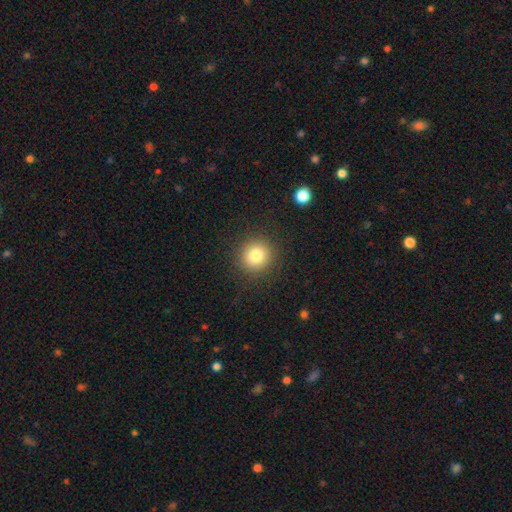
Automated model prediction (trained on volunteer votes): Smooth or featured: smooth — 81% (star or artifact — 12%)
How rounded: round — 92% (in between — 7%)
Merging: none — 90% (minor disturbance — 6%)